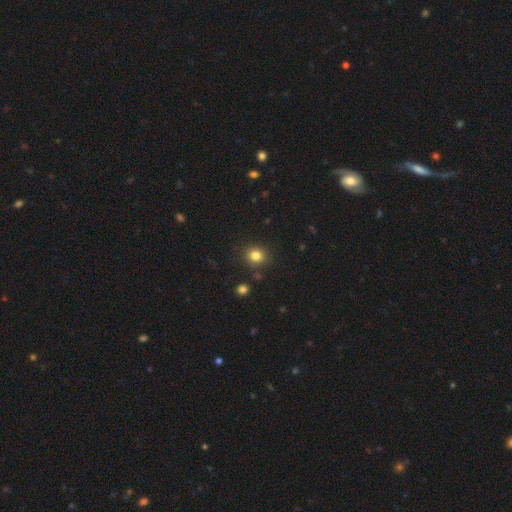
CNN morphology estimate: This appears to be a smooth galaxy with no disk features (82%) that is round (81%). Merging: none (86%).